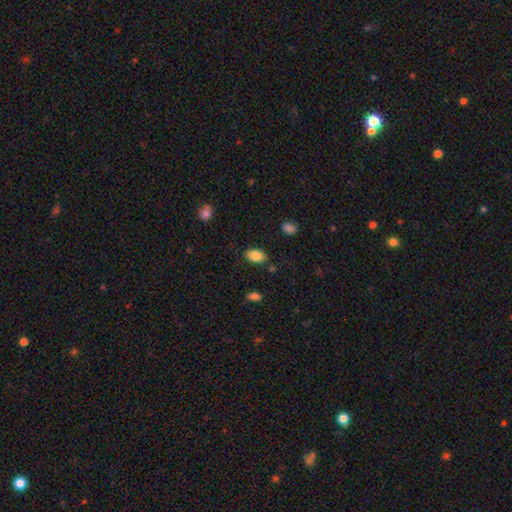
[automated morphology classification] Q: Smooth or featured?
A: smooth (84%); runner-up: featured or disk (8%)
Q: How rounded?
A: in between (91%); runner-up: round (8%)
Q: Merging?
A: none (82%); runner-up: minor disturbance (12%)